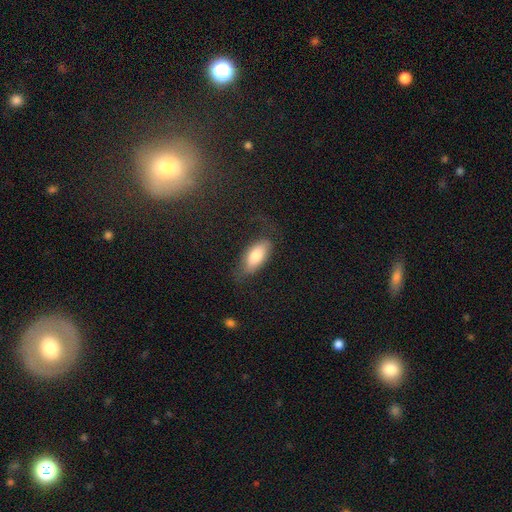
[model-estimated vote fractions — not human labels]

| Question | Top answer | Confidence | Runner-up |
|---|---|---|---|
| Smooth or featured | smooth | 76% | featured or disk (18%) |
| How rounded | in between | 87% | cigar-shaped (11%) |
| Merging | none | 63% | minor disturbance (23%) |